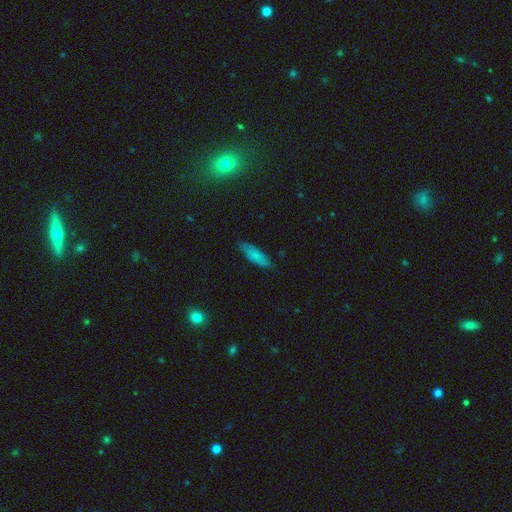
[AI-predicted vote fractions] Smooth or featured?
  - smooth: 75% *
  - featured or disk: 17%
  - star or artifact: 7%
How rounded?
  - in between: 61% *
  - cigar-shaped: 37%
  - round: 2%
Merging?
  - none: 78% *
  - minor disturbance: 18%
  - major disturbance: 3%
  - merger: 1%